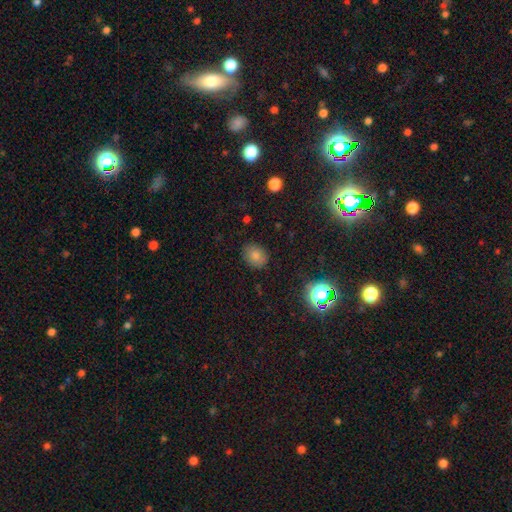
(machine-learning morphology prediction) The model was most divided on "how rounded": in between: 51%, round: 48%, cigar-shaped: 1%. More confident: merging — none (85%); smooth or featured — smooth (80%).